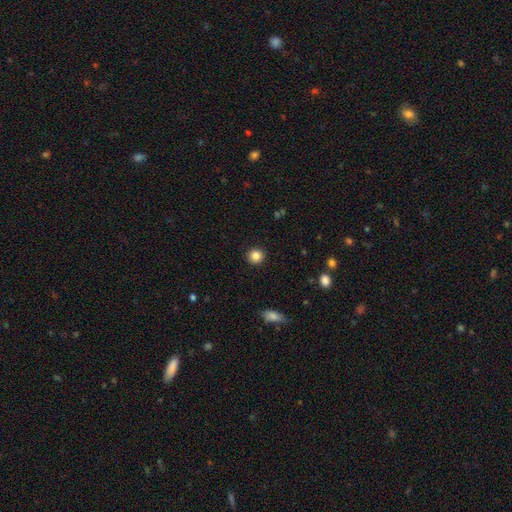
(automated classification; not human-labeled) Smooth or featured? Predicted: smooth (p=0.85). How rounded? Predicted: round (p=0.93). Merging? Predicted: none (p=0.92).